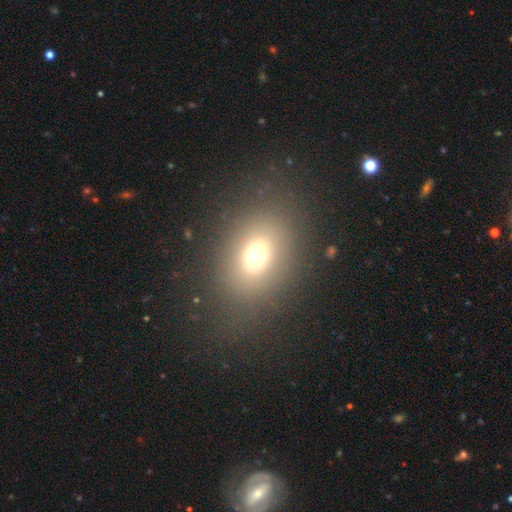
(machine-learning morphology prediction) The model was most divided on "how rounded": in between: 62%, round: 37%, cigar-shaped: 1%. More confident: merging — none (79%); smooth or featured — smooth (69%).